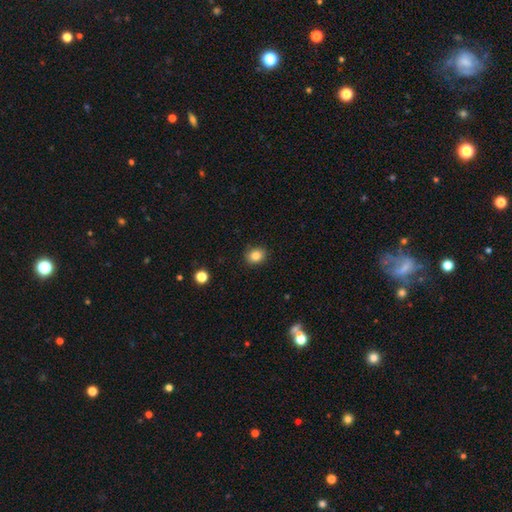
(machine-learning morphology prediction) Smooth or featured?
  - smooth: 84% *
  - star or artifact: 11%
  - featured or disk: 5%
How rounded?
  - round: 61% *
  - in between: 39%
  - cigar-shaped: 1%
Merging?
  - none: 87% *
  - minor disturbance: 9%
  - major disturbance: 2%
  - merger: 1%